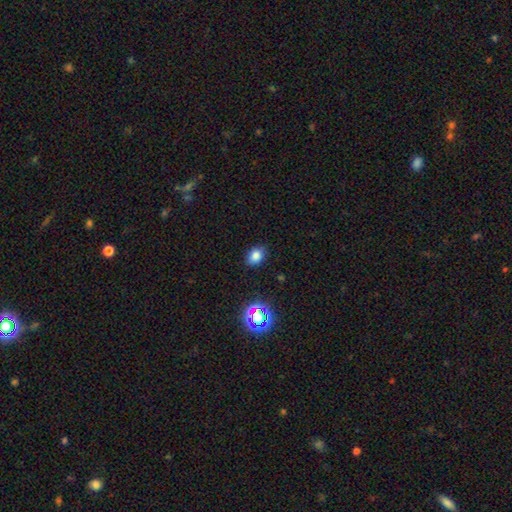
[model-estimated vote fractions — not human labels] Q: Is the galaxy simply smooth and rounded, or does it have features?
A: smooth — 78%.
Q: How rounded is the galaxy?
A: in between — 71%.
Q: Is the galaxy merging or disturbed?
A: none — 84%.